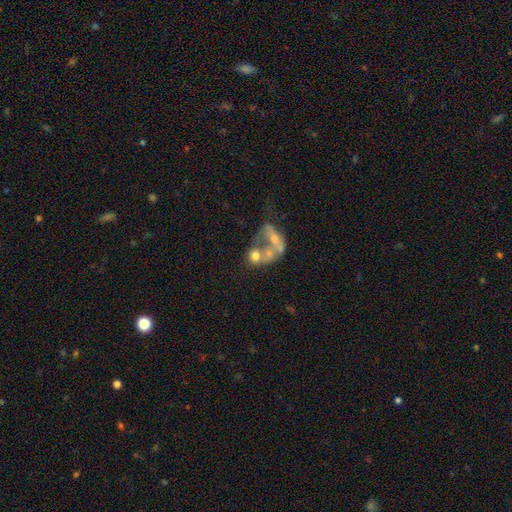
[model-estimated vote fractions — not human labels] Smooth or featured? Predicted: smooth (p=0.44). Merging? Predicted: merger (p=0.66).